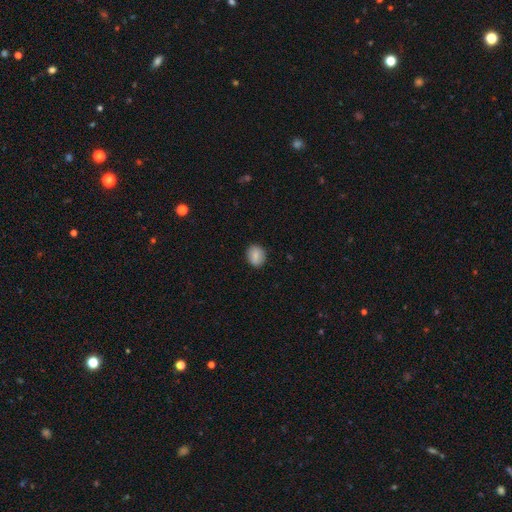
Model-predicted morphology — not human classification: Q: Smooth or featured?
A: smooth (80%); runner-up: featured or disk (12%)
Q: How rounded?
A: round (65%); runner-up: in between (33%)
Q: Merging?
A: none (87%); runner-up: minor disturbance (9%)